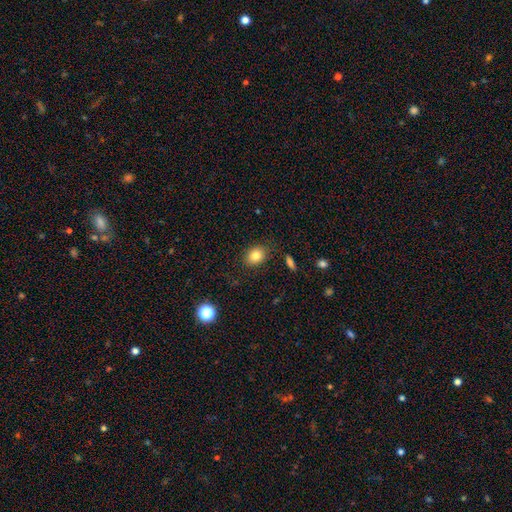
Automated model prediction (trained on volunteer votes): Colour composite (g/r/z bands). It shows a smooth galaxy with no disk features (83%) that is in between round and cigar-shaped (58%). Merging: none (84%).